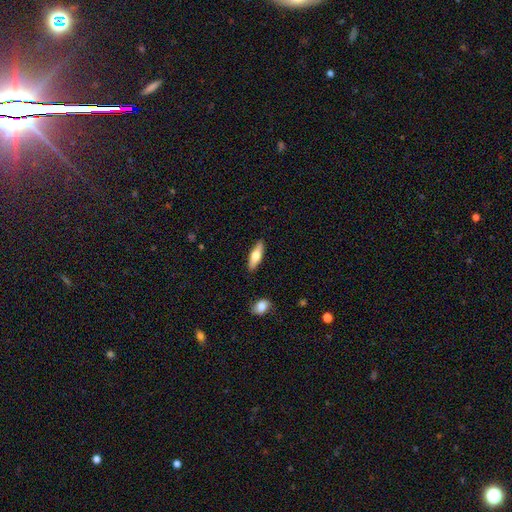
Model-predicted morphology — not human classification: A smooth galaxy with no disk features (58%) that is cigar-shaped (53%). Merging: none (88%).